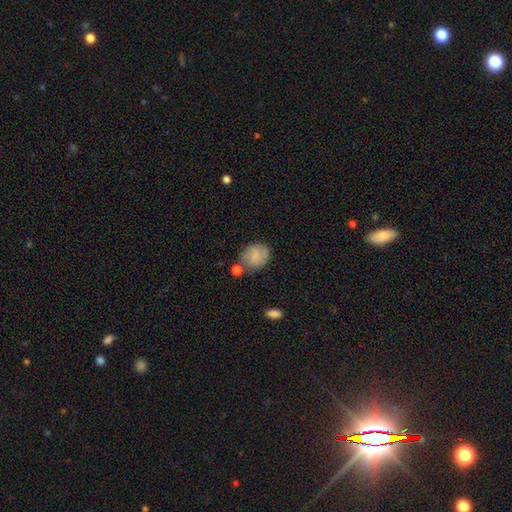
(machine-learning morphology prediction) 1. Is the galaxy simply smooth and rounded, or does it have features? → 80% smooth, 12% featured or disk, 8% star or artifact.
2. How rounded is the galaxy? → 56% round, 42% in between, 1% cigar-shaped.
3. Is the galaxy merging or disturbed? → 64% none, 19% minor disturbance, 11% merger, 6% major disturbance.